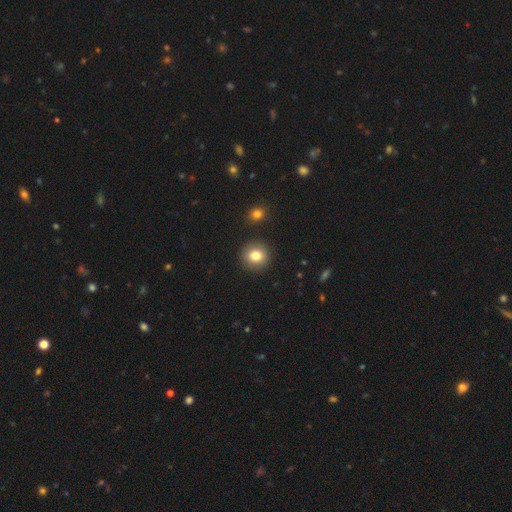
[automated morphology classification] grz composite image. It shows a smooth galaxy with no disk features (82%) that is round (89%). Merging: none (90%).